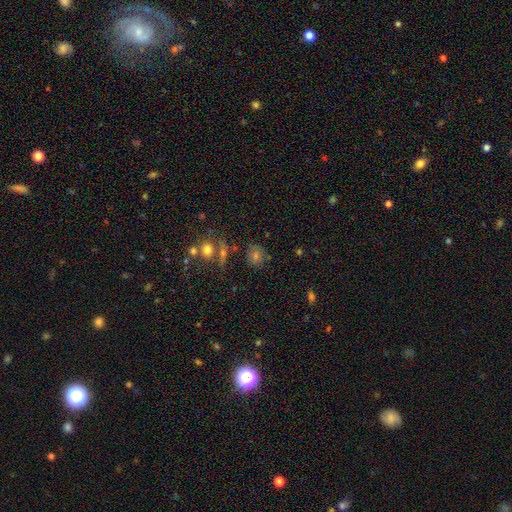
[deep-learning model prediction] smooth_or_featured: smooth (p=0.53) [alt: star or artifact p=0.31]
how_rounded: round (p=0.82) [alt: in between p=0.17]
merging: none (p=0.74) [alt: minor disturbance p=0.13]